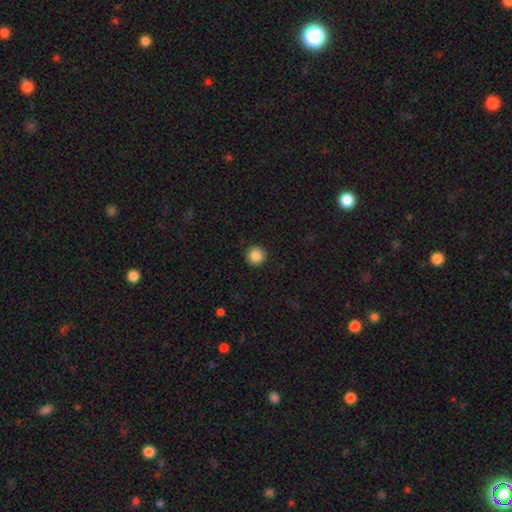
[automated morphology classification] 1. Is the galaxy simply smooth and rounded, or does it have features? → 88% smooth, 10% star or artifact, 3% featured or disk.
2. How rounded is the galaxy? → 96% round, 3% in between, 1% cigar-shaped.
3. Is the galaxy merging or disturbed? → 92% none, 5% minor disturbance, 2% major disturbance, 1% merger.